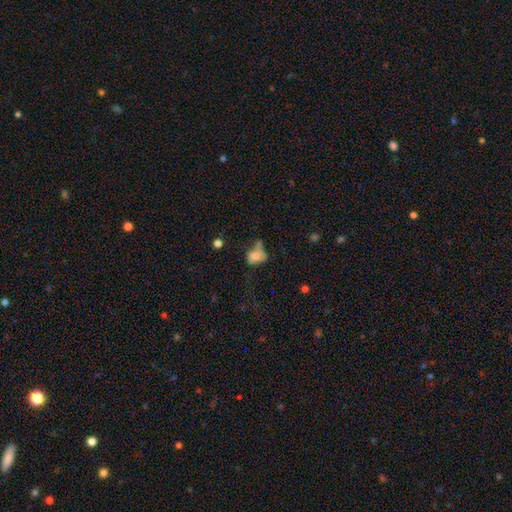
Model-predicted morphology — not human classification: smooth_or_featured: smooth (p=0.69) [alt: featured or disk p=0.19]
how_rounded: in between (p=0.65) [alt: round p=0.33]
merging: none (p=0.29) [alt: merger p=0.25]